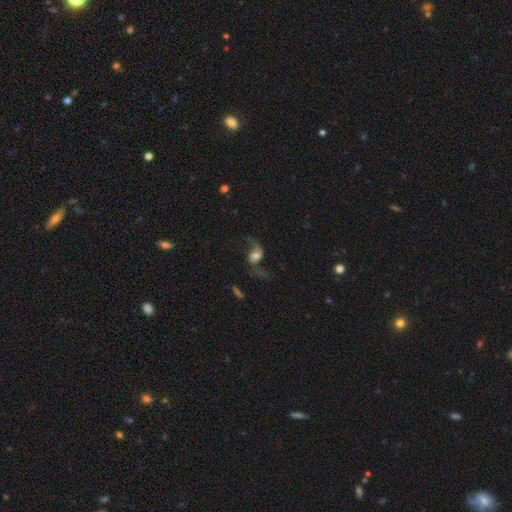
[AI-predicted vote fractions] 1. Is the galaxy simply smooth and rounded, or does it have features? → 75% featured or disk, 17% smooth, 8% star or artifact.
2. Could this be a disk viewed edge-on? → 96% no, 4% yes.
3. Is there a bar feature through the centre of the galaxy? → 49% no, 37% weak, 13% strong.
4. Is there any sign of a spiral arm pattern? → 92% yes, 8% no.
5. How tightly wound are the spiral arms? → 83% loose, 14% medium, 3% tight.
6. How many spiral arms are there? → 87% 2, 8% 1, 2% can't tell, 1% 3, 1% 4, 1% more than 4.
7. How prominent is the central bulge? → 51% moderate, 20% large, 20% small, 5% none, 4% dominant.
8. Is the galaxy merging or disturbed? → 55% none, 24% major disturbance, 16% minor disturbance, 5% merger.